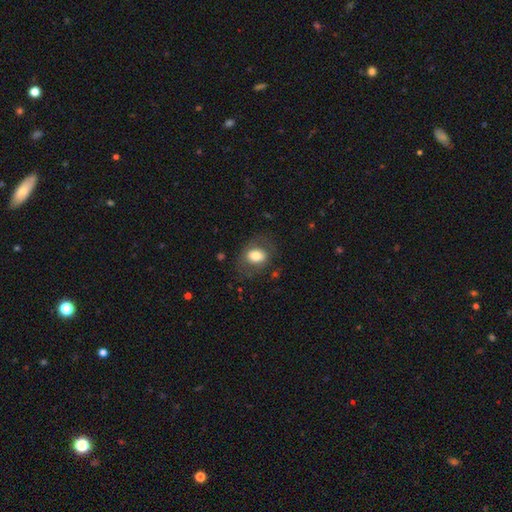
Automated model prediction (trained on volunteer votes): Smooth or featured? Predicted: smooth (p=0.71). How rounded? Predicted: in between (p=0.61). Merging? Predicted: none (p=0.71).